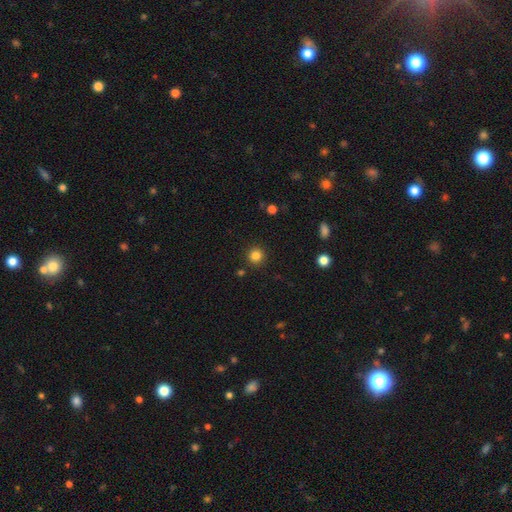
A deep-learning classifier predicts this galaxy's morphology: smooth_or_featured: smooth (p=0.83) [alt: star or artifact p=0.13]
how_rounded: round (p=0.94) [alt: in between p=0.05]
merging: none (p=0.90) [alt: minor disturbance p=0.06]